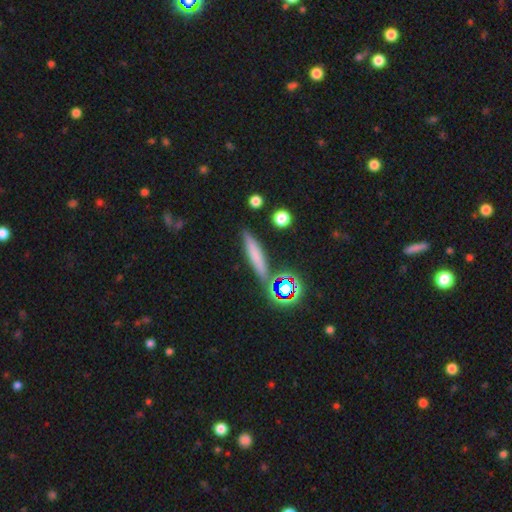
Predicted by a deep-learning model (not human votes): A smooth galaxy with no disk features (64%) that is cigar-shaped (85%). Merging: none (81%).